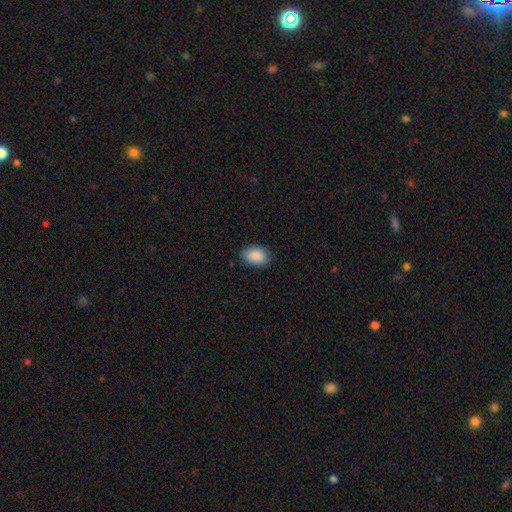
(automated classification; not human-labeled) Morphology: type=smooth (90%); roundness=in between (86%); merging=none (82%).